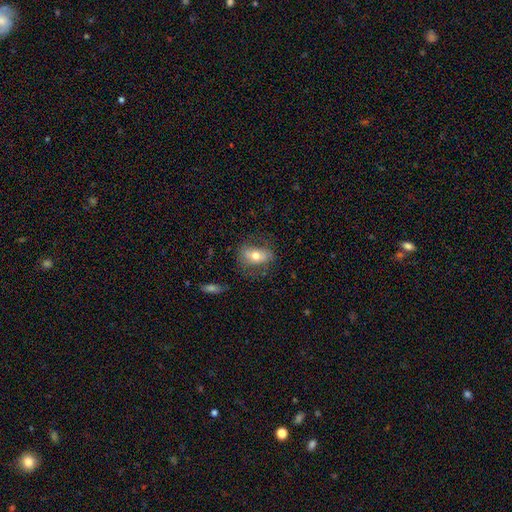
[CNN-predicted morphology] This appears to be a smooth galaxy with no disk features (61%) that is in between round and cigar-shaped (83%). Merging: none (67%).